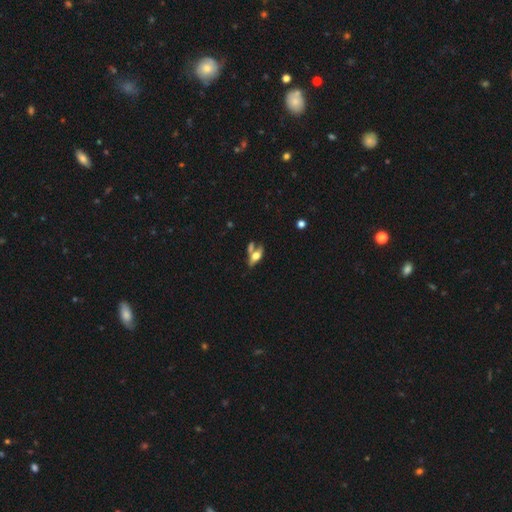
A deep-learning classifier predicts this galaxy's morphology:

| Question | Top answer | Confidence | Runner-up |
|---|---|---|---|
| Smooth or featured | smooth | 48% | featured or disk (44%) |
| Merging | none | 47% | merger (32%) |